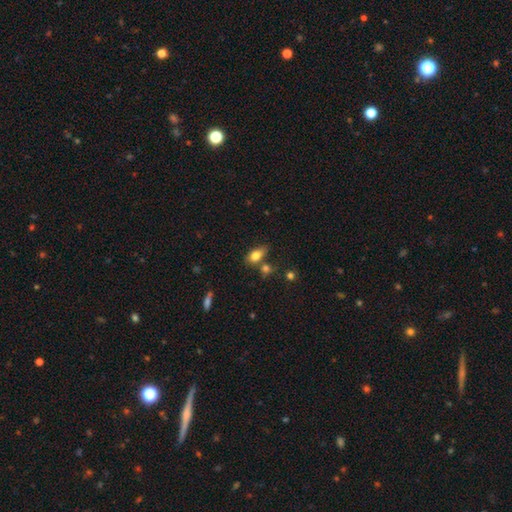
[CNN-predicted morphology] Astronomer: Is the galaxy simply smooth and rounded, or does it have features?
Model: smooth — 78%.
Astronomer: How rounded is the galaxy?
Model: in between — 83%.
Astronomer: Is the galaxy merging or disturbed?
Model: none — 56%.